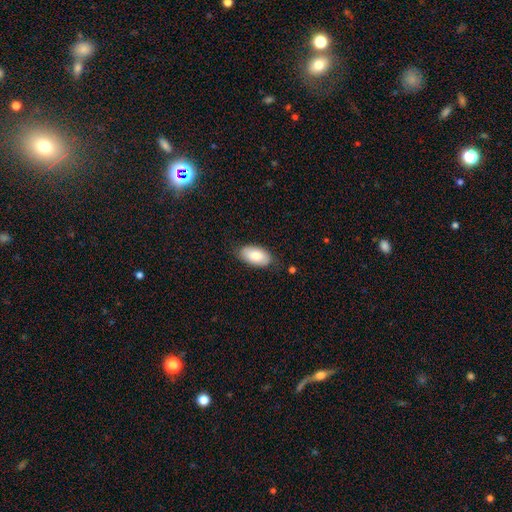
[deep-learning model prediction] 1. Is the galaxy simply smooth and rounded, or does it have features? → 80% smooth, 13% featured or disk, 6% star or artifact.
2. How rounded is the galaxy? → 95% in between, 3% round, 2% cigar-shaped.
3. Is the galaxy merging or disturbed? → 80% none, 15% minor disturbance, 3% major disturbance, 1% merger.